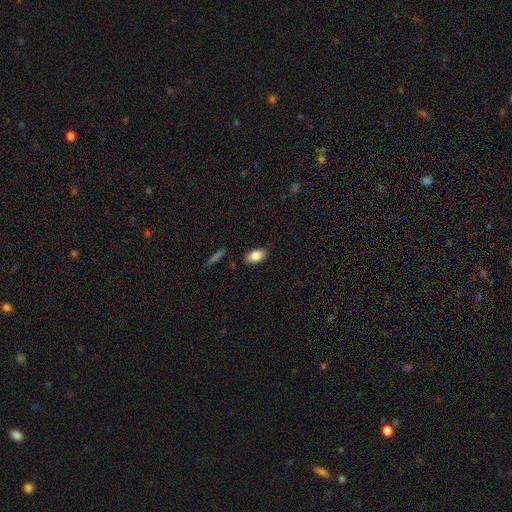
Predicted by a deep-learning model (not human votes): Smooth or featured? Predicted: smooth (p=0.83). How rounded? Predicted: in between (p=0.91). Merging? Predicted: none (p=0.83).